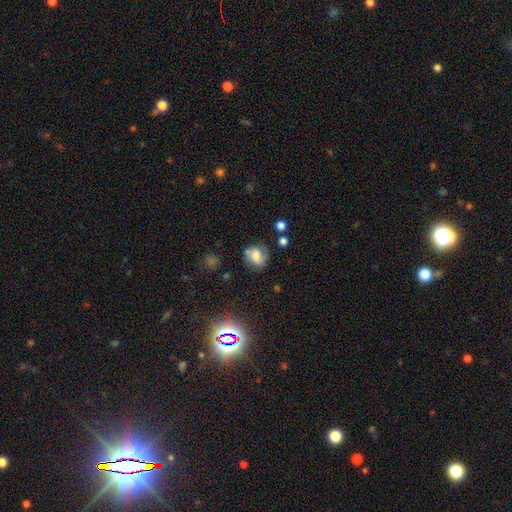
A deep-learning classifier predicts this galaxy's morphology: smooth 54%, featured or disk 34%, star or artifact 12%. Down the decision tree: how rounded — round (69%); merging — none (66%).